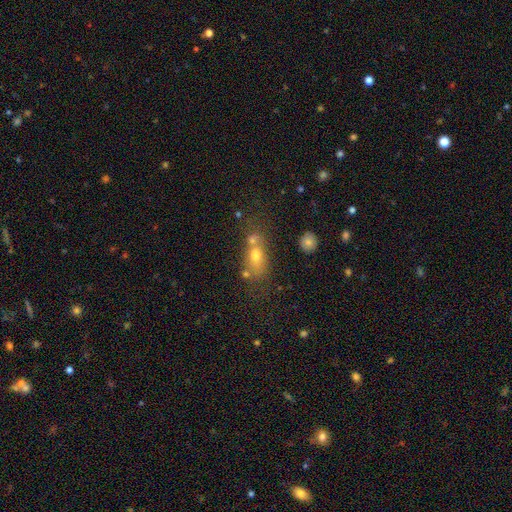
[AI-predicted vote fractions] smooth_or_featured: smooth (p=0.64) [alt: featured or disk p=0.20]
how_rounded: in between (p=0.64) [alt: round p=0.27]
merging: merger (p=0.41) [alt: none p=0.37]